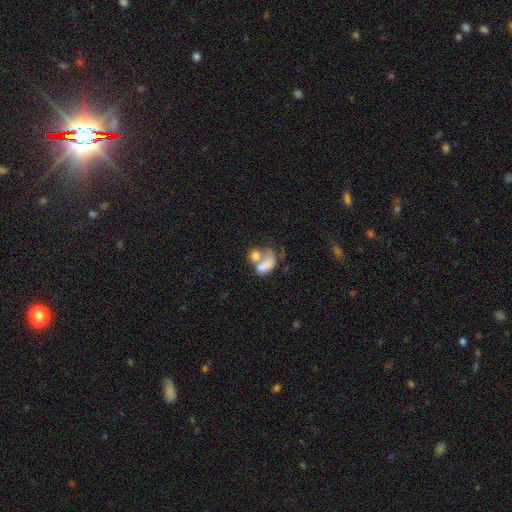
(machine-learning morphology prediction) A smooth galaxy with no disk features (68%) that is in between round and cigar-shaped (76%). Merging: merger (63%).